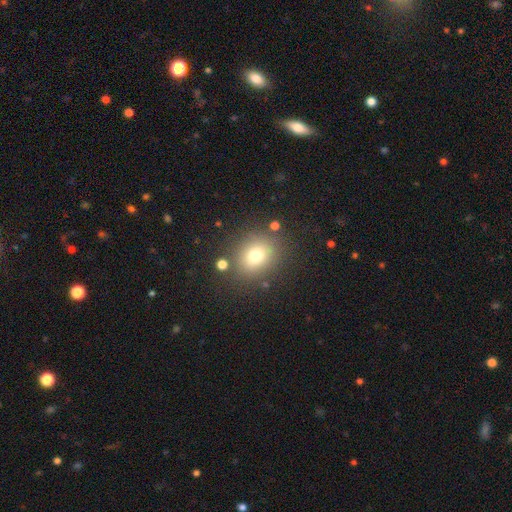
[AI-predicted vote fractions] smooth 73%, star or artifact 15%, featured or disk 12%. Down the decision tree: how rounded — round (62%); merging — none (80%).